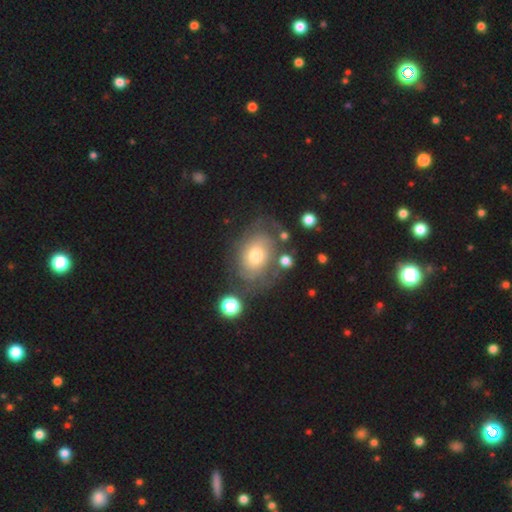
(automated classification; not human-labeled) Q: Smooth or featured?
A: featured or disk (62%); runner-up: smooth (30%)
Q: Edge-on disk?
A: no (96%); runner-up: yes (4%)
Q: Bar?
A: no (83%); runner-up: weak (14%)
Q: Spiral arms?
A: yes (79%); runner-up: no (21%)
Q: Bulge size?
A: moderate (64%); runner-up: small (21%)
Q: Merging?
A: none (62%); runner-up: minor disturbance (20%)